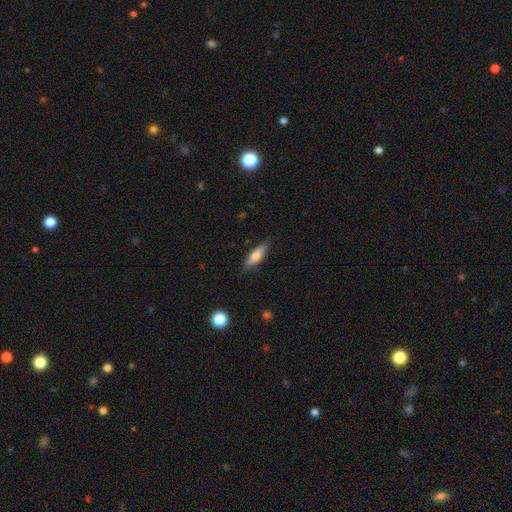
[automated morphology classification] Smooth or featured? smooth (58%)
How rounded? cigar-shaped (61%)
Merging? none (85%)